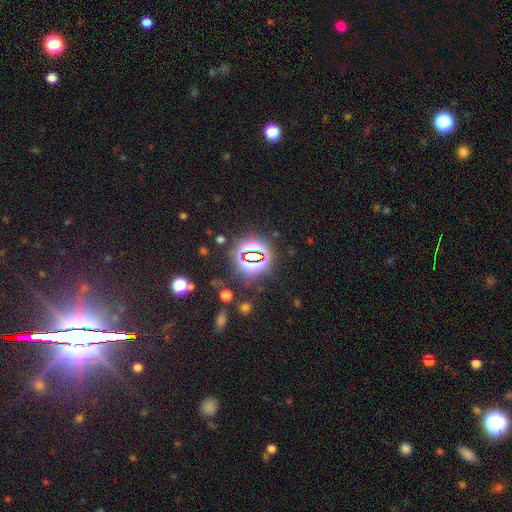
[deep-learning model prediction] star or artifact 78%, smooth 14%, featured or disk 8%.